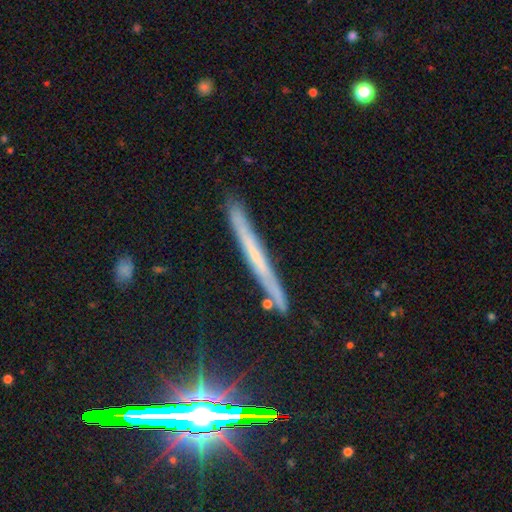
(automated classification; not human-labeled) This is possibly a featured or disk galaxy (53%). It is clearly viewed edge-on (95%). Edge-on bulge: likely none (79%). Merging: clearly none (85%).